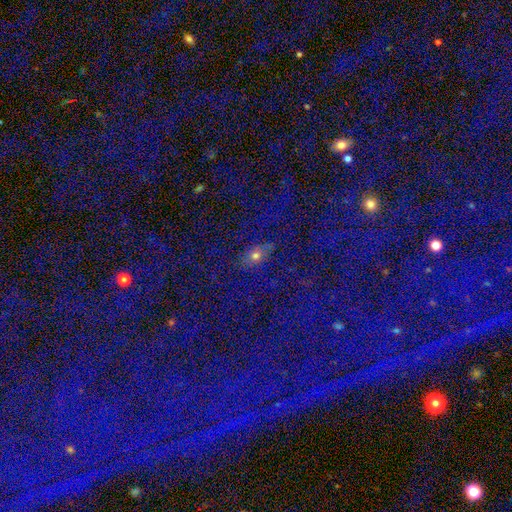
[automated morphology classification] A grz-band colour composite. It shows a smooth galaxy with no disk features (57%) that is in between round and cigar-shaped (68%). Merging: none (80%).